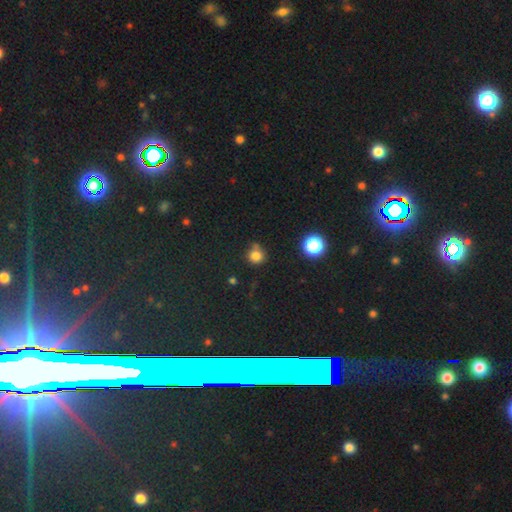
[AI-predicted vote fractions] smooth-or-featured: smooth: 78% | star or artifact: 16% | featured or disk: 6%
  how-rounded: round: 89% | in between: 10% | cigar-shaped: 1%
  merging: none: 63% | minor disturbance: 17% | merger: 15% | major disturbance: 5%